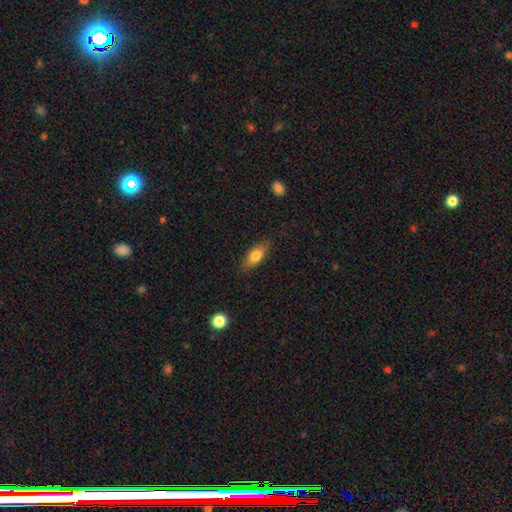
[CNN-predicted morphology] Smooth or featured: smooth — 74% (featured or disk — 18%)
How rounded: in between — 76% (cigar-shaped — 21%)
Merging: none — 83% (minor disturbance — 13%)